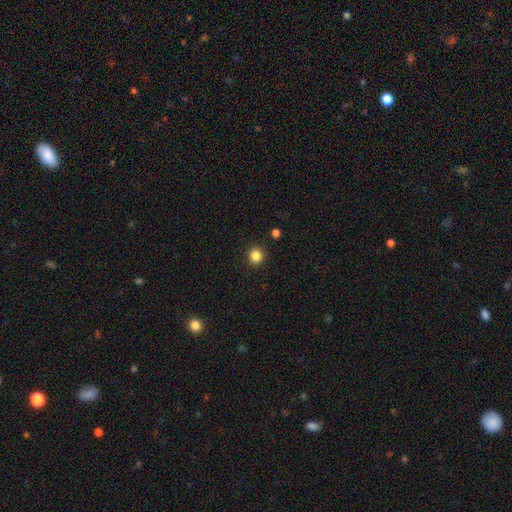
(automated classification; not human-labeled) The model was most divided on "smooth or featured": smooth: 85%, star or artifact: 12%, featured or disk: 3%. More confident: merging — none (91%); how rounded — round (87%).